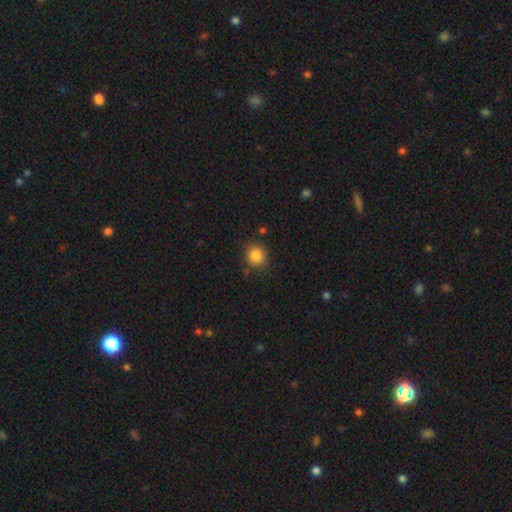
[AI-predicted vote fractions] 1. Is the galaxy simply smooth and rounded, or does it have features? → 86% smooth, 10% star or artifact, 4% featured or disk.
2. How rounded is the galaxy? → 86% round, 13% in between, 1% cigar-shaped.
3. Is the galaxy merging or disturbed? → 85% none, 10% minor disturbance, 3% major disturbance, 3% merger.